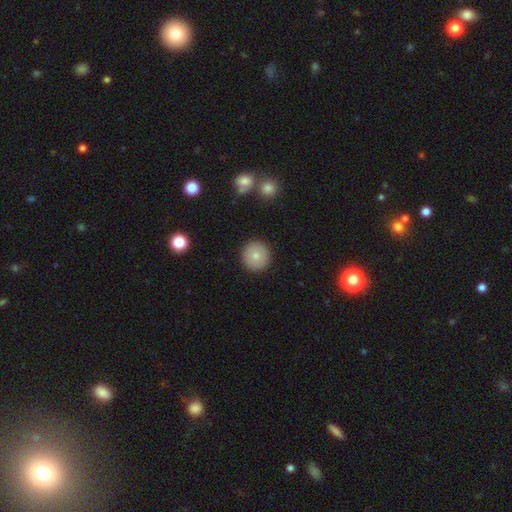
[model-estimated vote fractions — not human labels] Overall: smooth (80%). How rounded: round (95%). Merging: none (91%).